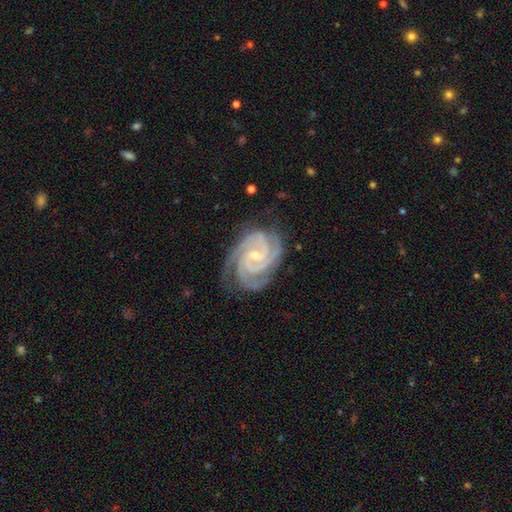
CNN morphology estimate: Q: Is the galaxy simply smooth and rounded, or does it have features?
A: featured or disk — 93%.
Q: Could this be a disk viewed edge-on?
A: no — 98%.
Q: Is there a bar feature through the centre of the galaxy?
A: no — 43%.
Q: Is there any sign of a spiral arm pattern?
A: yes — 99%.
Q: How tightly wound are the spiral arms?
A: tight — 77%.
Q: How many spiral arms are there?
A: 3 — 46%.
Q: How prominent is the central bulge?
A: small — 69%.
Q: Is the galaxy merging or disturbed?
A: none — 78%.